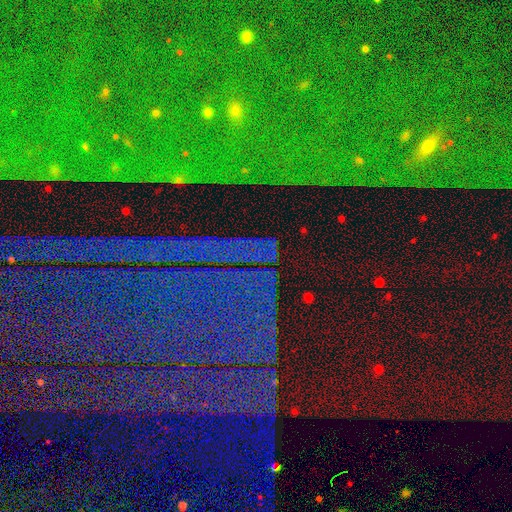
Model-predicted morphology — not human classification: smooth-or-featured: star or artifact: 88% | featured or disk: 6% | smooth: 6%